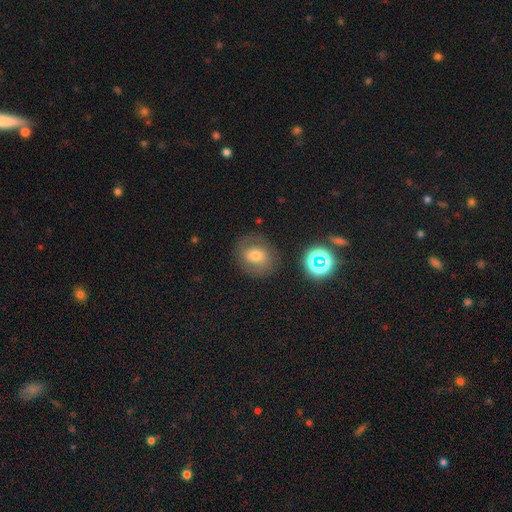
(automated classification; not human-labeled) This is possibly a smooth galaxy (51%). How rounded: likely round (72%). Merging: likely none (78%).